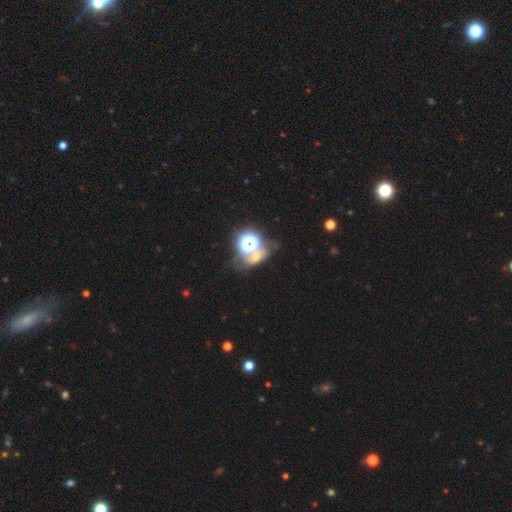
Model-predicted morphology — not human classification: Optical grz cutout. It shows a star or artifact, not a galaxy (44%).